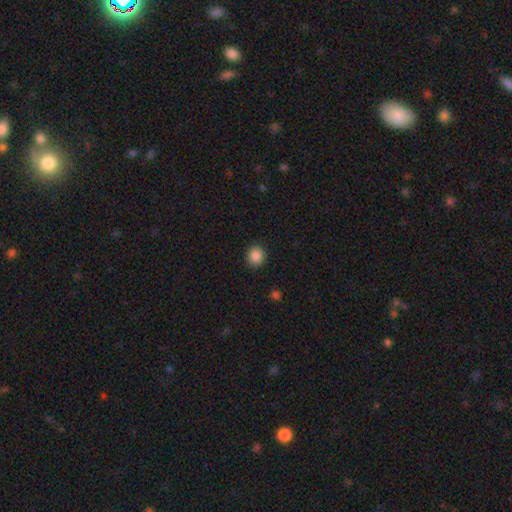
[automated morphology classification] Smooth or featured?
  - smooth: 87% *
  - star or artifact: 10%
  - featured or disk: 3%
How rounded?
  - round: 86% *
  - in between: 13%
  - cigar-shaped: 1%
Merging?
  - none: 91% *
  - minor disturbance: 6%
  - major disturbance: 2%
  - merger: 1%